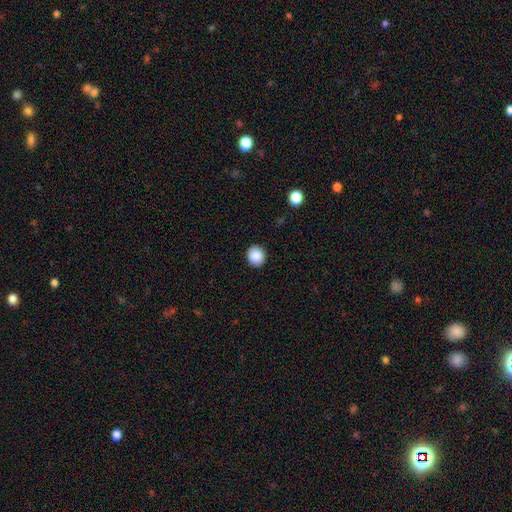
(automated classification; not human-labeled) smooth_or_featured: smooth (p=0.89) [alt: star or artifact p=0.08]
how_rounded: round (p=0.83) [alt: in between p=0.16]
merging: none (p=0.91) [alt: minor disturbance p=0.06]